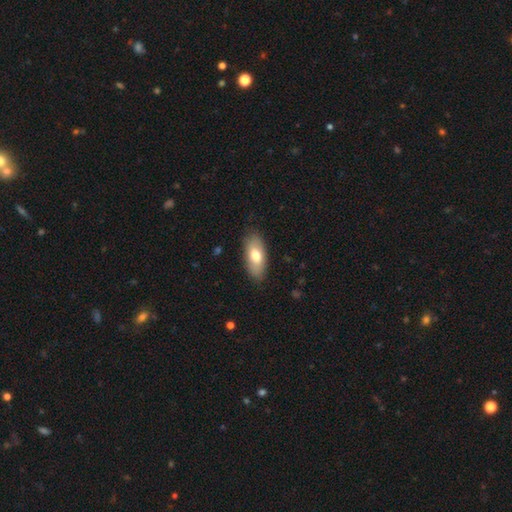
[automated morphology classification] smooth-or-featured: smooth: 74% | featured or disk: 20% | star or artifact: 6%
  how-rounded: in between: 86% | cigar-shaped: 12% | round: 3%
  merging: none: 84% | minor disturbance: 12% | major disturbance: 3% | merger: 1%